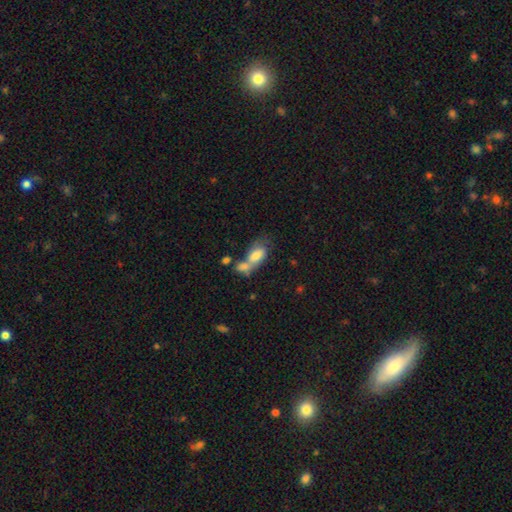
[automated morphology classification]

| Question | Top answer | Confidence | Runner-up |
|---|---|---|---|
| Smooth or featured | smooth | 71% | featured or disk (20%) |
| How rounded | in between | 88% | round (7%) |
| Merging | merger | 56% | none (20%) |